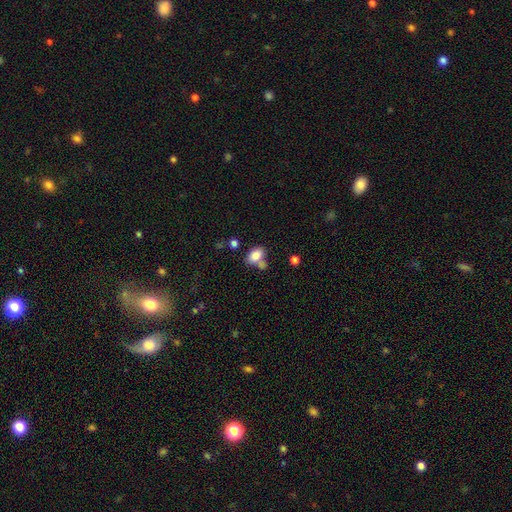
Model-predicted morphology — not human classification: Smooth or featured? Predicted: smooth (p=0.81). How rounded? Predicted: in between (p=0.86). Merging? Predicted: none (p=0.52).